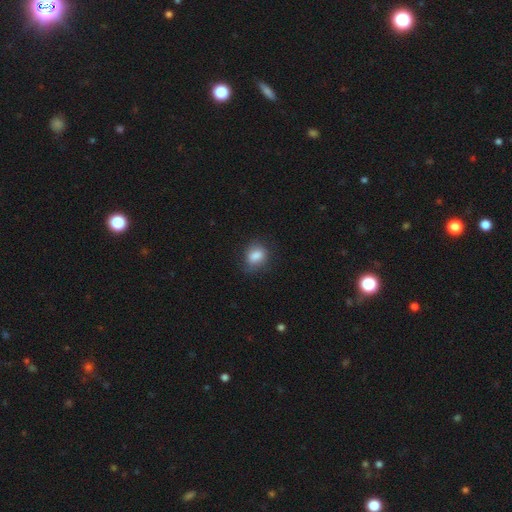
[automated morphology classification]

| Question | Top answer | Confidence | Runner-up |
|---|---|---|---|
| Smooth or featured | smooth | 83% | star or artifact (9%) |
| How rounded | in between | 61% | round (37%) |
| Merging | none | 67% | minor disturbance (25%) |